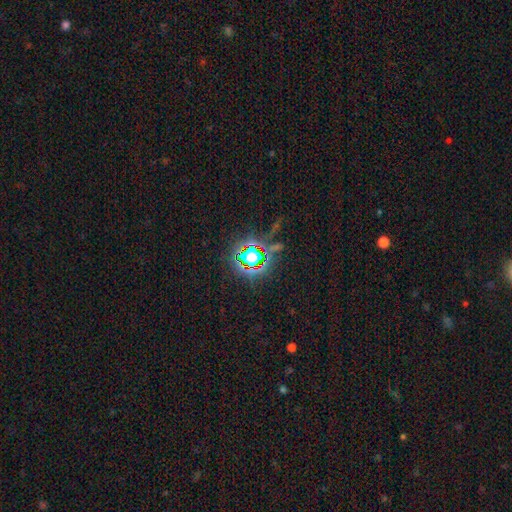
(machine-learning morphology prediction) A star or artifact, not a galaxy (72%).

Vote fractions:
- Smooth or featured? star or artifact: 72% / smooth: 17% / featured or disk: 11%